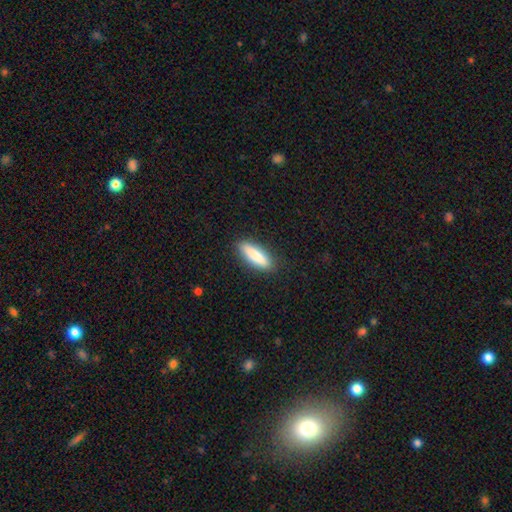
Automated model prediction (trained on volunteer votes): This appears to be a smooth galaxy with no disk features (78%) that is cigar-shaped (61%). Merging: none (89%).